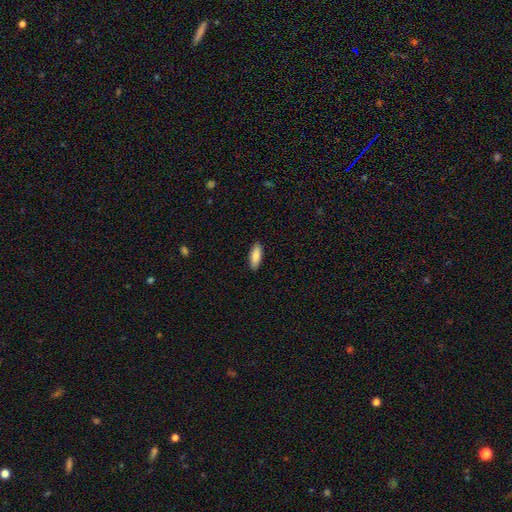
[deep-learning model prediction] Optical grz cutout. It shows a smooth galaxy with no disk features (88%) that is in between round and cigar-shaped (71%). Merging: none (89%).